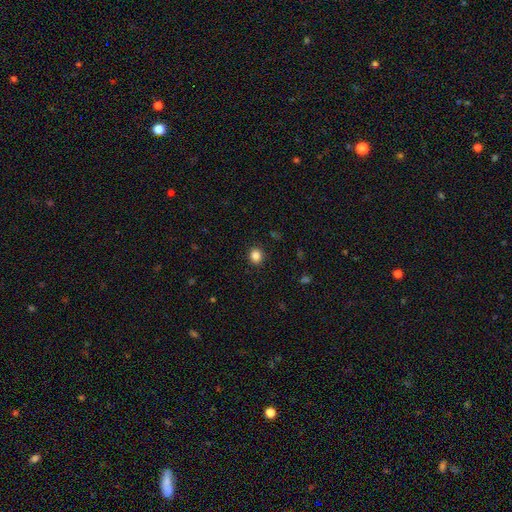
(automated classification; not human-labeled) smooth 85%, star or artifact 11%, featured or disk 4%. Down the decision tree: how rounded — round (79%); merging — none (91%).